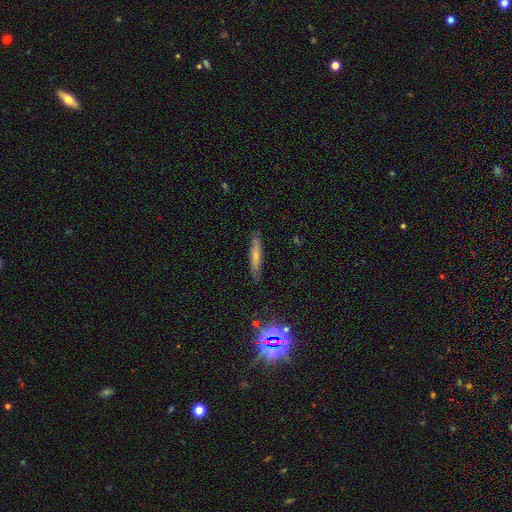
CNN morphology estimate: The model was most divided on "smooth or featured": smooth: 64%, featured or disk: 28%, star or artifact: 9%. More confident: how rounded — cigar-shaped (89%); merging — none (85%).